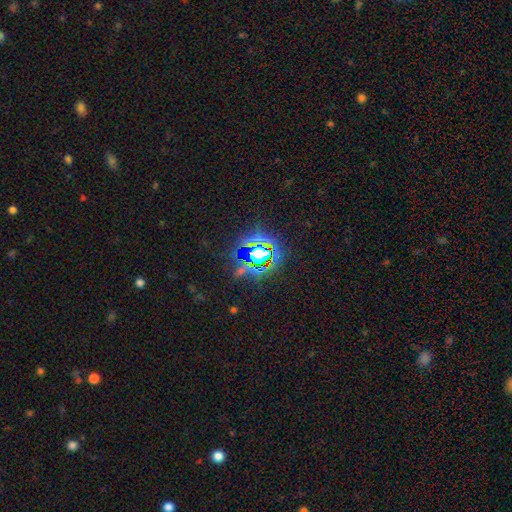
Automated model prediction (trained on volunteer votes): Smooth or featured: star or artifact — 74% (smooth — 15%)